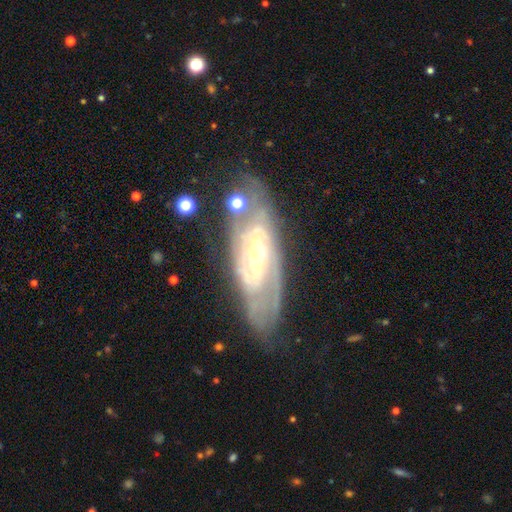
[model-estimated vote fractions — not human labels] Morphology: type=featured or disk (84%); edge-on=no (88%); bar=weak (40%); spiral arms=yes (92%); winding=tight (55%); arm count=2 (41%); bulge=small (69%); merging=none (68%).